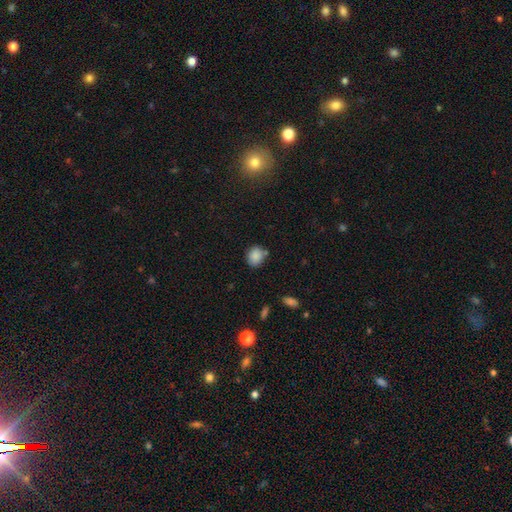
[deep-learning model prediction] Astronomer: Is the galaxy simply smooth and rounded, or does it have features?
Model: smooth — 87%.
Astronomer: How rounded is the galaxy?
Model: round — 66%.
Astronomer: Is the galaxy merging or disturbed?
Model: none — 73%.